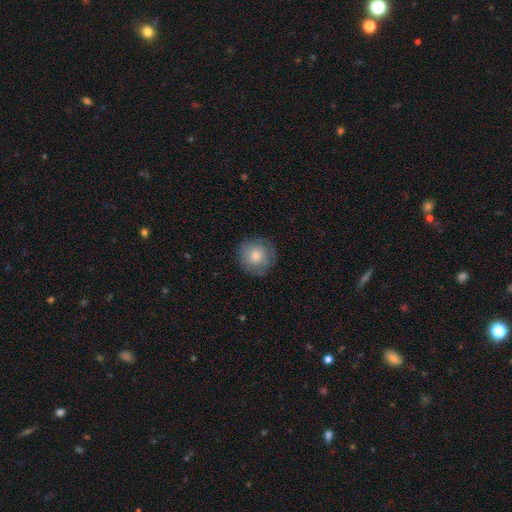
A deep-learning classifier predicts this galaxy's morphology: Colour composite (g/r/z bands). It shows a smooth galaxy with no disk features (74%) that is round (94%). Merging: none (83%).